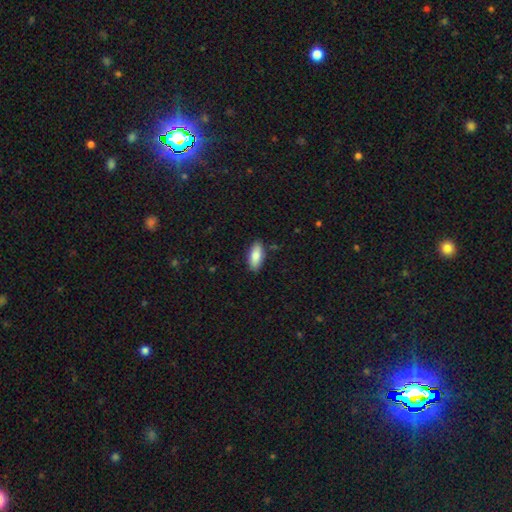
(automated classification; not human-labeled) Smooth or featured? smooth (83%)
How rounded? in between (85%)
Merging? none (86%)